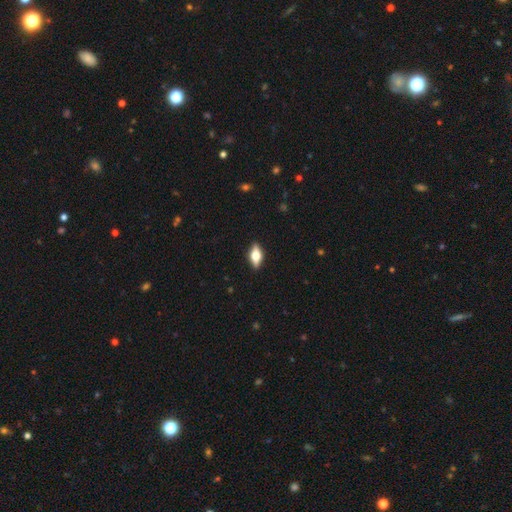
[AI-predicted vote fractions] Smooth or featured?
  - featured or disk: 51% *
  - smooth: 42%
  - star or artifact: 8%
Edge-on disk?
  - yes: 91% *
  - no: 9%
Merging?
  - none: 88% *
  - minor disturbance: 9%
  - major disturbance: 2%
  - merger: 1%